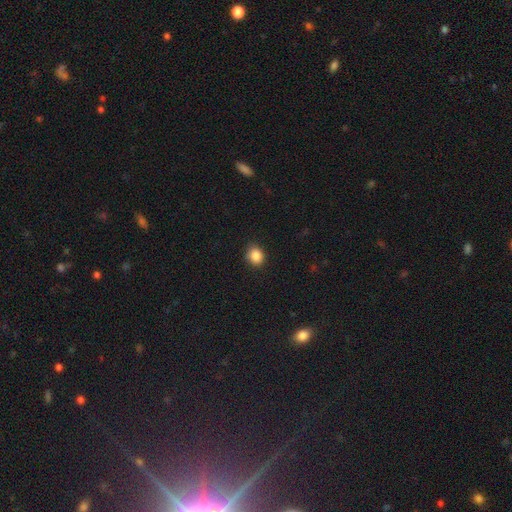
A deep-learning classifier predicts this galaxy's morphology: This is clearly a smooth galaxy (86%). How rounded: likely round (62%). Merging: likely none (80%).